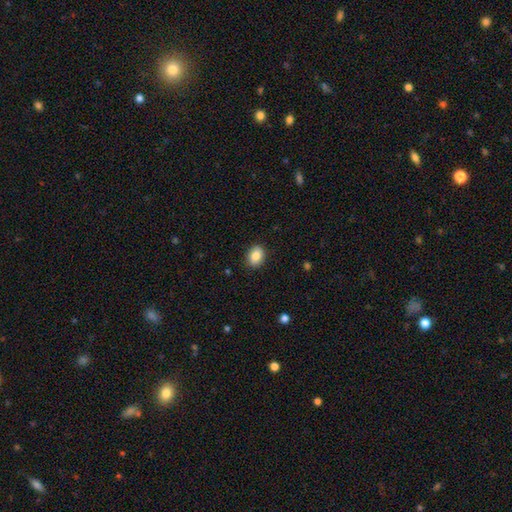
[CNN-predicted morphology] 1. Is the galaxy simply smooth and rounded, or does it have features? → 85% smooth, 8% star or artifact, 7% featured or disk.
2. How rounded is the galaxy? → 66% in between, 33% round, 1% cigar-shaped.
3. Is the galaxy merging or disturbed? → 88% none, 9% minor disturbance, 2% major disturbance, 1% merger.